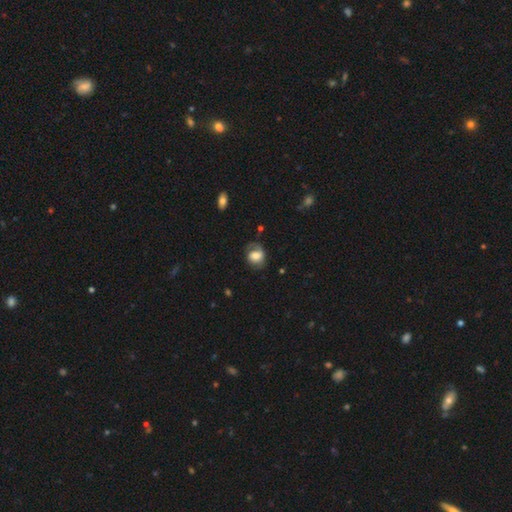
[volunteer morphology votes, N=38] Smooth or featured? featured or disk (58%)
Edge-on disk? no (100%)
Bar? no (68%)
Spiral arms? yes (86%)
Spiral winding? medium (53%)
Spiral arm count? 2 (47%)
Bulge size? moderate (45%)
Merging? none (56%)